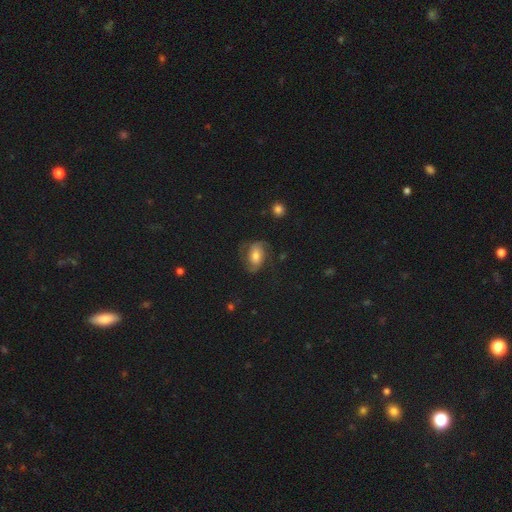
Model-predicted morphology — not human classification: A featured or disk galaxy (64%) with no bar (46%), 2 (85%) medium (48%) spiral arms (91%) and a moderate central bulge (57%).

Vote fractions:
- Smooth or featured? featured or disk: 64% / smooth: 27% / star or artifact: 9%
- Edge-on disk? no: 96% / yes: 4%
- Bar? no: 46% / weak: 37% / strong: 17%
- Spiral arms? yes: 91% / no: 9%
- Spiral winding? medium: 48% / loose: 30% / tight: 22%
- Spiral arm count? 2: 85% / can't tell: 6% / 1: 3% / 3: 3% / 4: 1% / more than 4: 1%
- Bulge size? moderate: 57% / small: 21% / large: 17% / none: 2% / dominant: 2%
- Merging? none: 64% / minor disturbance: 19% / major disturbance: 15% / merger: 2%